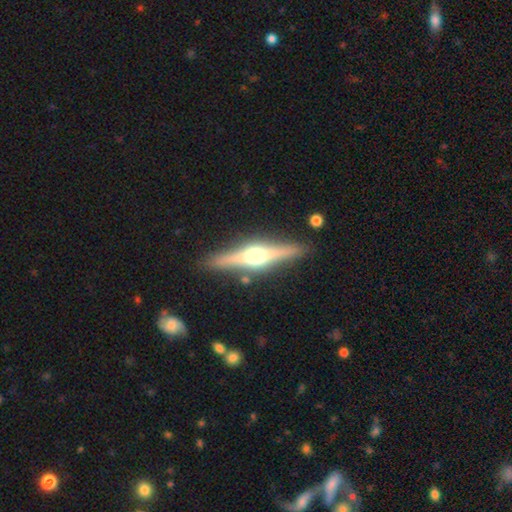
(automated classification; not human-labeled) This appears to be a featured or disk galaxy (74%) viewed edge-on (97%) with a rounded central bulge (94%). Merging: none (87%).